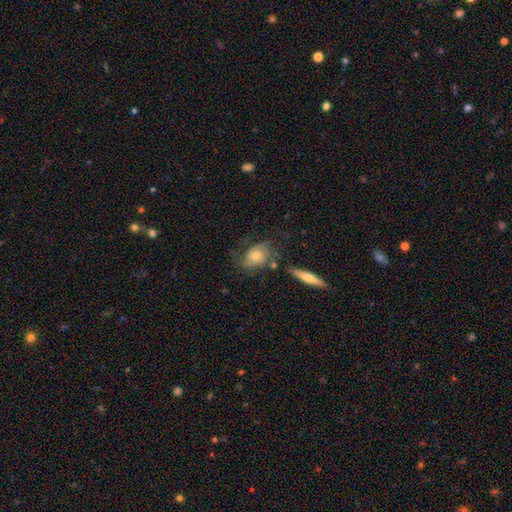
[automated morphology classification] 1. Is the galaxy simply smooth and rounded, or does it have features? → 64% featured or disk, 28% smooth, 8% star or artifact.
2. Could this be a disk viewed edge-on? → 91% no, 9% yes.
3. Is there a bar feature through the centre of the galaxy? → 77% no, 18% weak, 4% strong.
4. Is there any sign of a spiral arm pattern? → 86% yes, 14% no.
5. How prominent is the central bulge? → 57% moderate, 31% small, 8% large, 2% none, 2% dominant.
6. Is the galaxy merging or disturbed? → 56% none, 21% minor disturbance, 15% major disturbance, 8% merger.